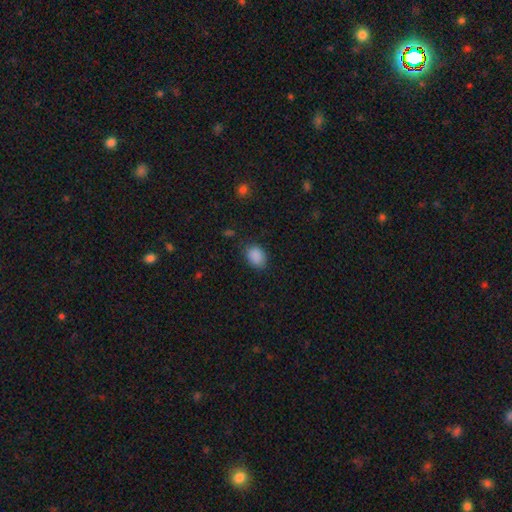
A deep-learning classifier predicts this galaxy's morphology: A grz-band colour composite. It shows a smooth galaxy with no disk features (88%) that is in between round and cigar-shaped (67%). Merging: none (81%).